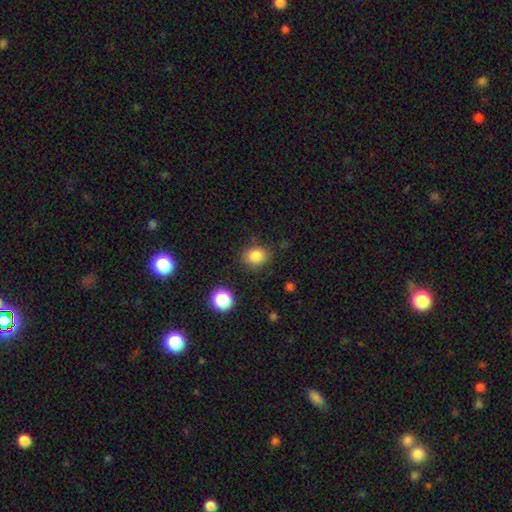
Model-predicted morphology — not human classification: A smooth galaxy with no disk features (85%) that is round (60%). Merging: none (79%).